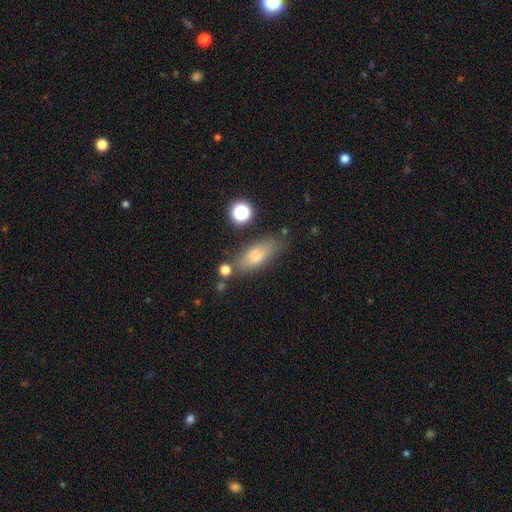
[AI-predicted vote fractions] smooth 74%, featured or disk 17%, star or artifact 9%. Down the decision tree: how rounded — in between (69%); merging — none (71%).